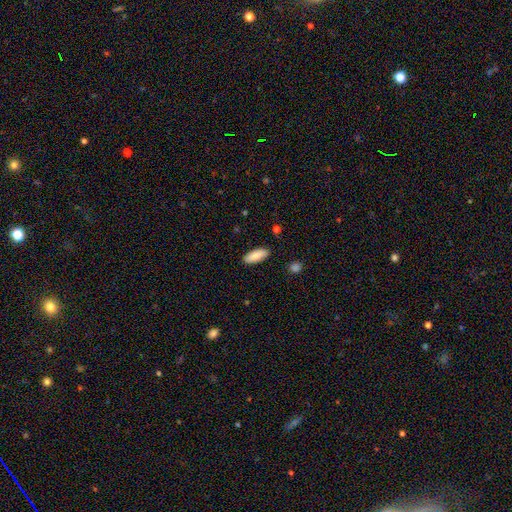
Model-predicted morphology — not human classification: Smooth or featured?
  - smooth: 85% *
  - featured or disk: 9%
  - star or artifact: 6%
How rounded?
  - in between: 73% *
  - cigar-shaped: 25%
  - round: 2%
Merging?
  - none: 88% *
  - minor disturbance: 8%
  - major disturbance: 2%
  - merger: 1%